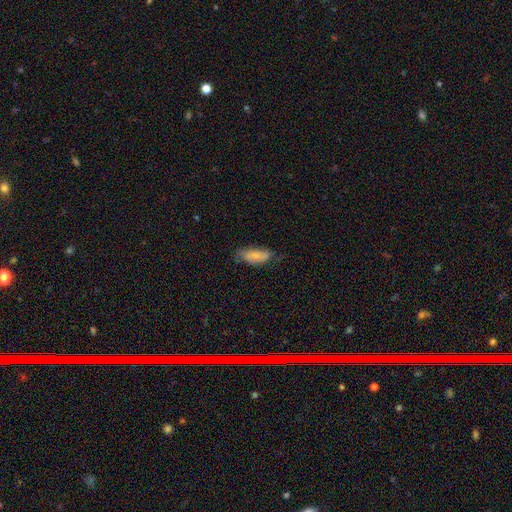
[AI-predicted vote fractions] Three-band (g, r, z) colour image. It shows a smooth galaxy with no disk features (61%) that is in between round and cigar-shaped (78%). Merging: none (60%).